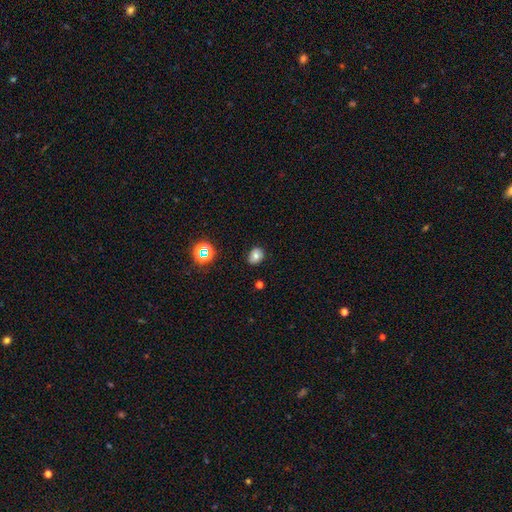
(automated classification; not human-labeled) smooth 71%, star or artifact 16%, featured or disk 13%. Down the decision tree: how rounded — in between (51%); merging — none (80%).